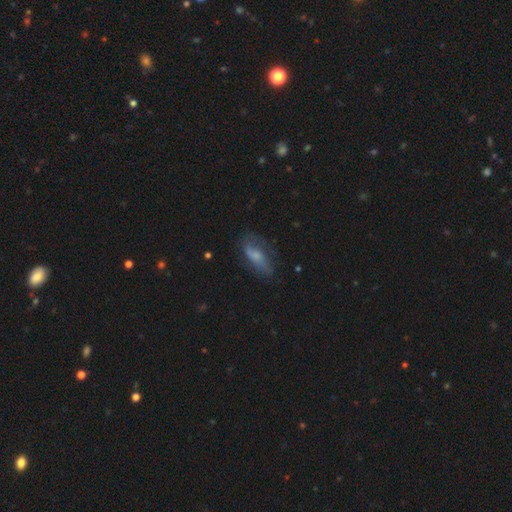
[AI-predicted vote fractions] The model was most divided on "smooth or featured": smooth: 48%, featured or disk: 43%, star or artifact: 9%. More confident: merging — none (56%).